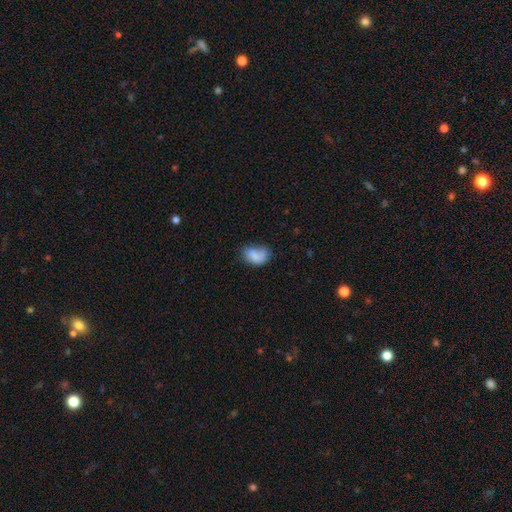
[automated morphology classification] smooth_or_featured: smooth (p=0.78) [alt: featured or disk p=0.13]
how_rounded: in between (p=0.82) [alt: round p=0.16]
merging: none (p=0.45) [alt: minor disturbance p=0.33]